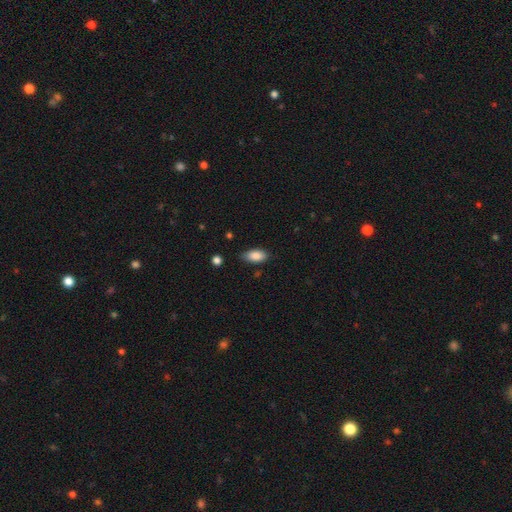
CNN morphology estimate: Smooth or featured?
  - smooth: 87% *
  - star or artifact: 7%
  - featured or disk: 5%
How rounded?
  - in between: 91% *
  - cigar-shaped: 6%
  - round: 3%
Merging?
  - none: 79% *
  - minor disturbance: 17%
  - major disturbance: 3%
  - merger: 2%